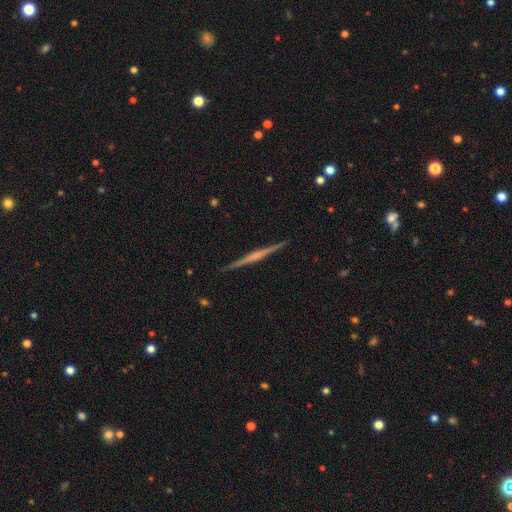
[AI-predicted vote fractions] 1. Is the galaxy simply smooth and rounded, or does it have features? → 74% featured or disk, 20% smooth, 5% star or artifact.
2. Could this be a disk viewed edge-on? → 98% yes, 2% no.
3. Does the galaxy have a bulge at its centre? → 45% none, 38% rounded, 18% boxy.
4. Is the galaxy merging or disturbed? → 92% none, 6% minor disturbance, 1% major disturbance, 1% merger.